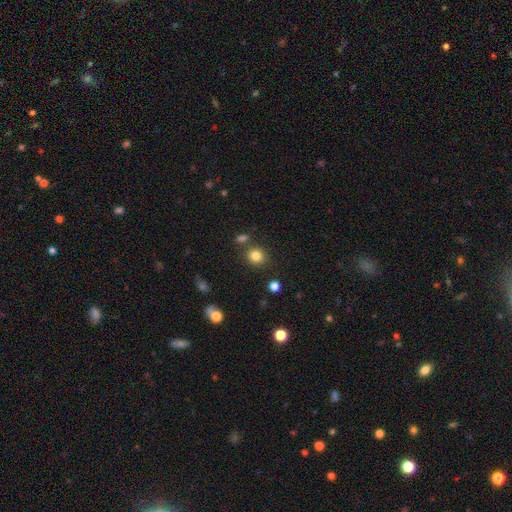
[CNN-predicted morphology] smooth 82%, star or artifact 12%, featured or disk 5%. Down the decision tree: how rounded — round (85%); merging — none (81%).